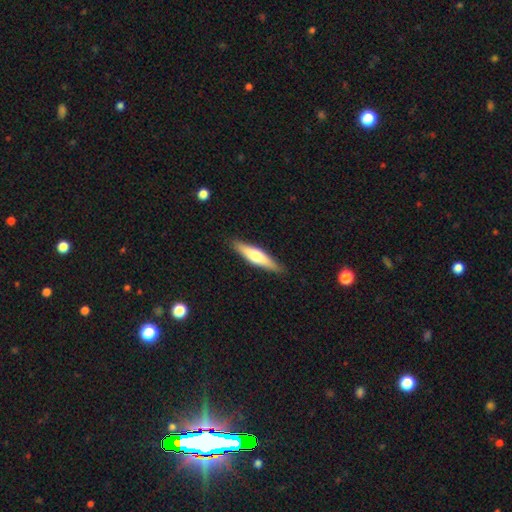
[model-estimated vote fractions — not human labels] The model was most divided on "smooth or featured": smooth: 52%, featured or disk: 43%, star or artifact: 5%. More confident: merging — none (88%); how rounded — cigar-shaped (76%).